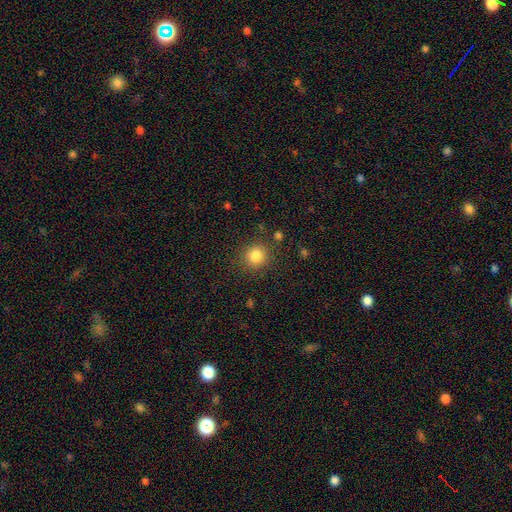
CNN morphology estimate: smooth_or_featured: smooth (p=0.84) [alt: star or artifact p=0.11]
how_rounded: round (p=0.88) [alt: in between p=0.11]
merging: none (p=0.87) [alt: minor disturbance p=0.08]